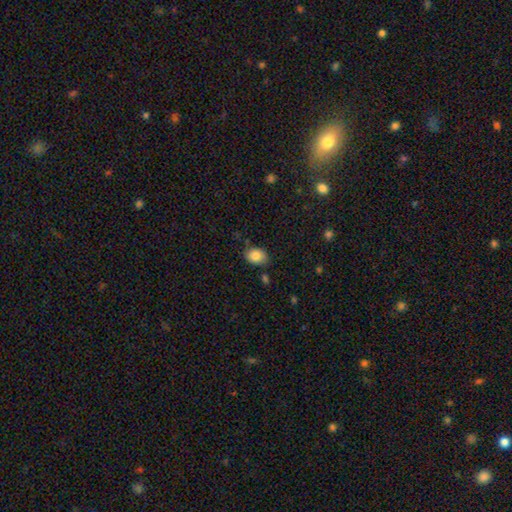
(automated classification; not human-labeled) Smooth or featured: smooth — 85% (star or artifact — 8%)
How rounded: in between — 73% (round — 26%)
Merging: none — 77% (minor disturbance — 16%)